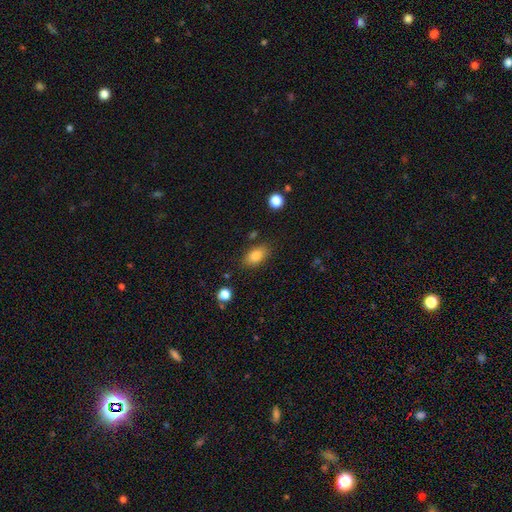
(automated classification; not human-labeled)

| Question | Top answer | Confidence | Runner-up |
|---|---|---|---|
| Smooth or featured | smooth | 82% | star or artifact (9%) |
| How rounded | in between | 87% | round (10%) |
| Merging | none | 81% | minor disturbance (13%) |